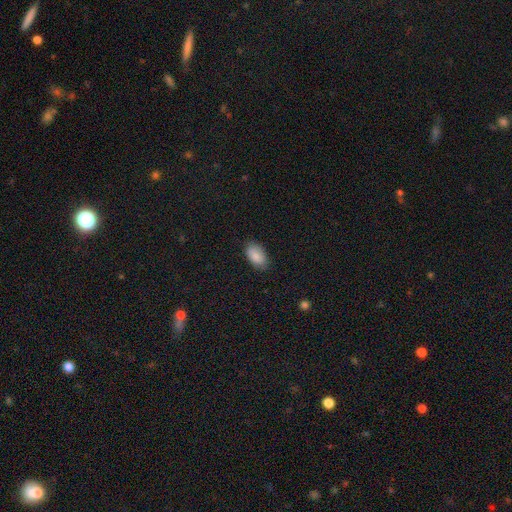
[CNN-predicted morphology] type=smooth (88%); roundness=in between (94%); merging=none (83%).